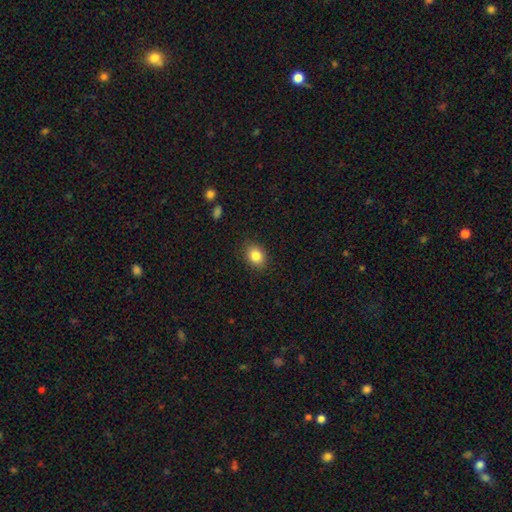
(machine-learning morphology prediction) Smooth or featured?
  - smooth: 84% *
  - star or artifact: 9%
  - featured or disk: 6%
How rounded?
  - in between: 54% *
  - round: 45%
  - cigar-shaped: 1%
Merging?
  - none: 88% *
  - minor disturbance: 9%
  - major disturbance: 2%
  - merger: 1%